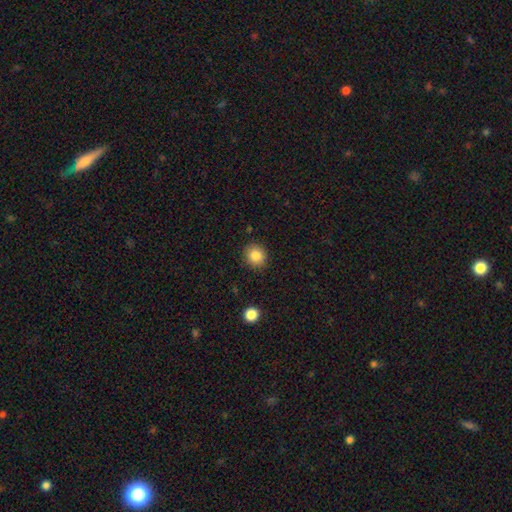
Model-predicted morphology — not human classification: This is clearly a smooth galaxy (84%). How rounded: clearly round (81%). Merging: clearly none (89%).